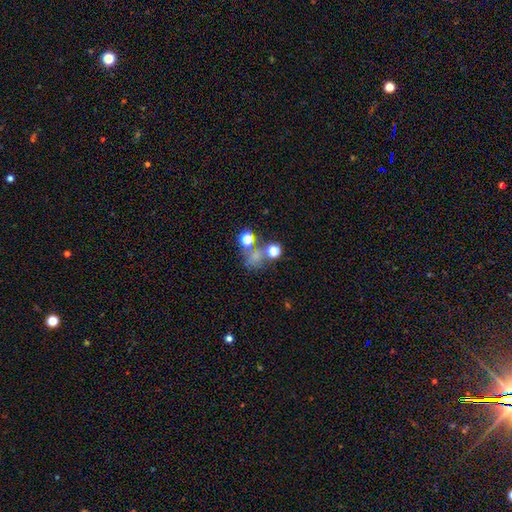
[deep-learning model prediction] Smooth or featured: smooth — 58% (star or artifact — 31%)
How rounded: round — 73% (in between — 26%)
Merging: none — 49% (merger — 29%)